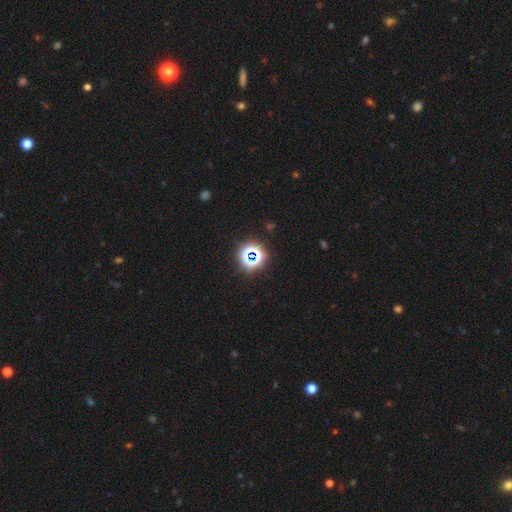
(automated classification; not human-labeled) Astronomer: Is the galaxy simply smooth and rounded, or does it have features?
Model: star or artifact — 68%.